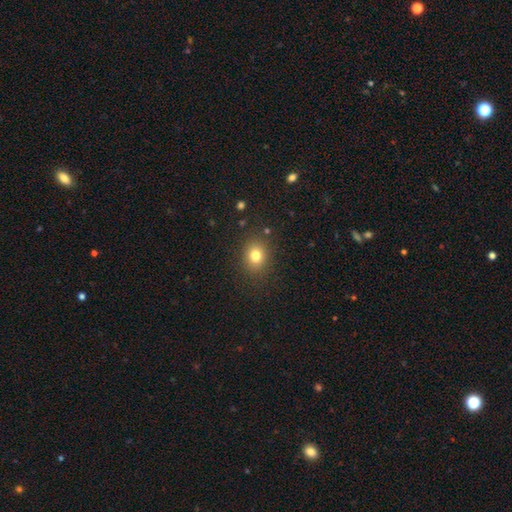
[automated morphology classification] The model was most divided on "how rounded": round: 62%, in between: 37%, cigar-shaped: 1%. More confident: merging — none (86%); smooth or featured — smooth (79%).